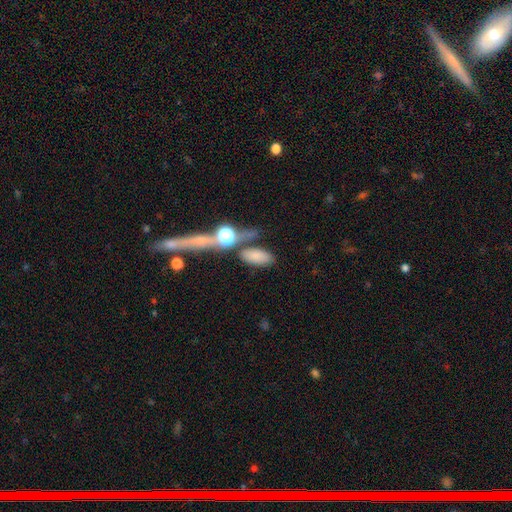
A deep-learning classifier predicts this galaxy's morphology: The model was most divided on "merging": none: 58%, merger: 19%, minor disturbance: 15%, major disturbance: 8%. More confident: how rounded — in between (84%); smooth or featured — smooth (76%).